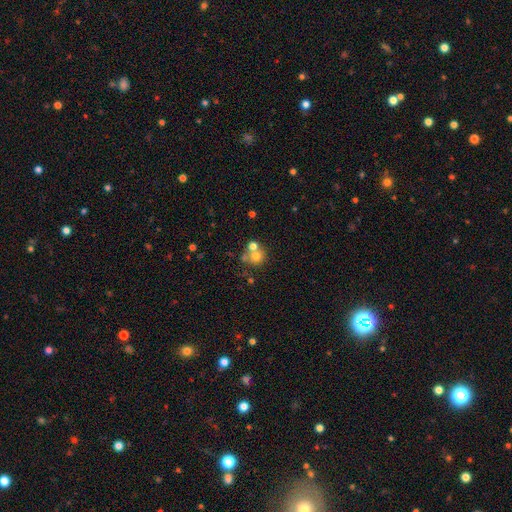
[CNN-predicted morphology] Q: Smooth or featured?
A: smooth (66%); runner-up: featured or disk (19%)
Q: How rounded?
A: round (85%); runner-up: in between (14%)
Q: Merging?
A: none (45%); runner-up: merger (43%)